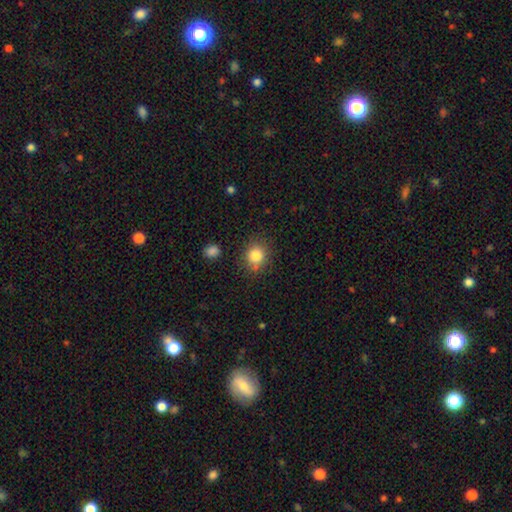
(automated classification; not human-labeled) Smooth or featured?
  - smooth: 83% *
  - star or artifact: 11%
  - featured or disk: 6%
How rounded?
  - round: 79% *
  - in between: 20%
  - cigar-shaped: 1%
Merging?
  - none: 78% *
  - minor disturbance: 13%
  - merger: 5%
  - major disturbance: 4%